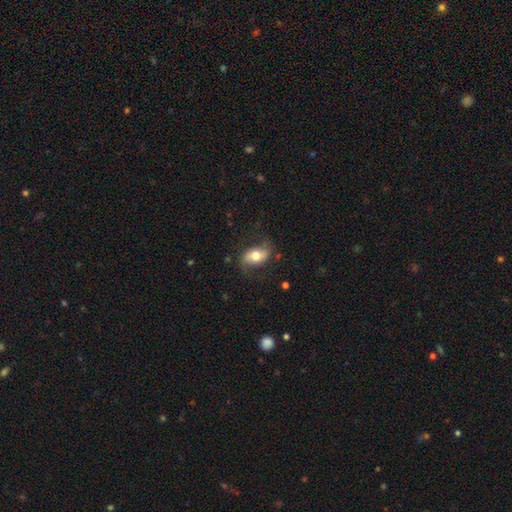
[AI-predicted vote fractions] Morphology: type=smooth (52%); roundness=in between (86%); merging=none (71%).